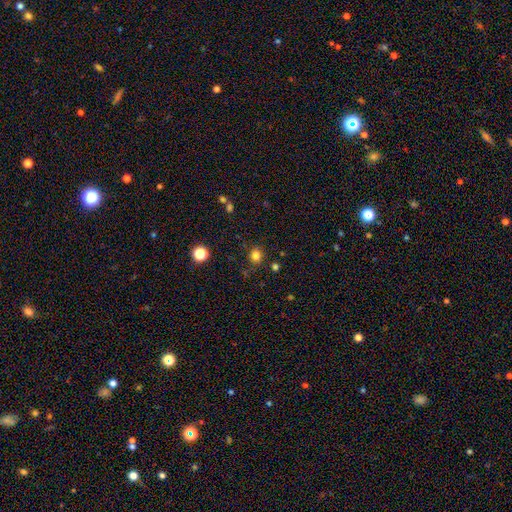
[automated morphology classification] Q: Smooth or featured?
A: smooth (80%); runner-up: star or artifact (15%)
Q: How rounded?
A: round (78%); runner-up: in between (21%)
Q: Merging?
A: none (83%); runner-up: minor disturbance (11%)